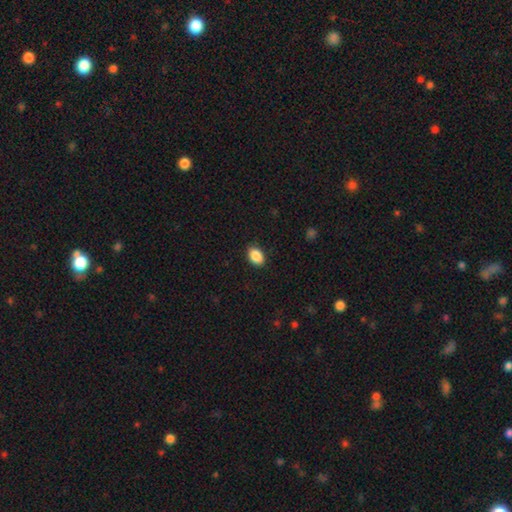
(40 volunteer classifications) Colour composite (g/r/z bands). It shows a smooth galaxy with no disk features (90%) that is in between round and cigar-shaped (92%). Merging: none (86%).